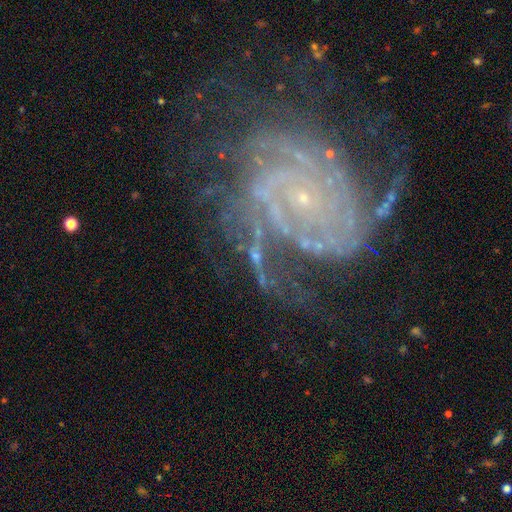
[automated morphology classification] smooth-or-featured: featured or disk: 88% | star or artifact: 8% | smooth: 4%
  disk-edge-on: no: 98% | yes: 2%
    bar: no: 70% | weak: 21% | strong: 9%
    has-spiral-arms: yes: 97% | no: 3%
      spiral-winding: tight: 64% | medium: 28% | loose: 7%
      spiral-arm-count: 2: 25% | can't tell: 21% | 3: 18% | 4: 15% | more than 4: 12% | 1: 9%
    bulge-size: small: 87% | moderate: 7% | none: 4% | large: 1% | dominant: 1%
  merging: none: 59% | minor disturbance: 19% | major disturbance: 19% | merger: 4%